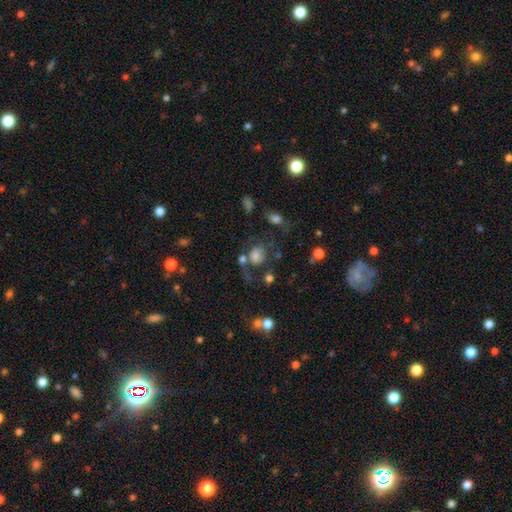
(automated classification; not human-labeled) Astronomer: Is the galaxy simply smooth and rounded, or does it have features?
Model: smooth — 48% (runner-up: featured or disk, 35%).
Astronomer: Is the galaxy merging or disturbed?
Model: none — 40% (runner-up: major disturbance, 27%).